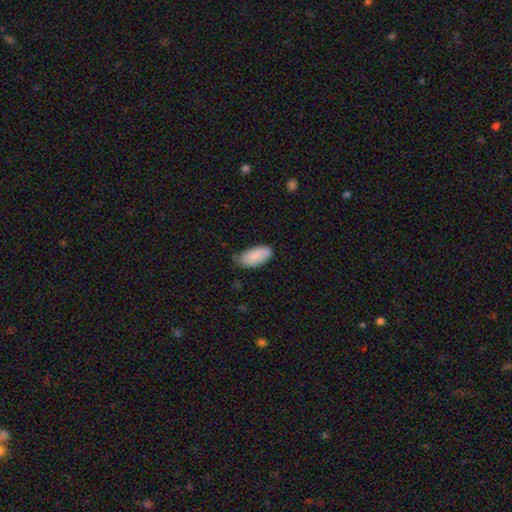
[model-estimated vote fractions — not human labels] Smooth or featured: smooth — 88% (featured or disk — 6%)
How rounded: in between — 94% (cigar-shaped — 4%)
Merging: none — 62% (minor disturbance — 32%)